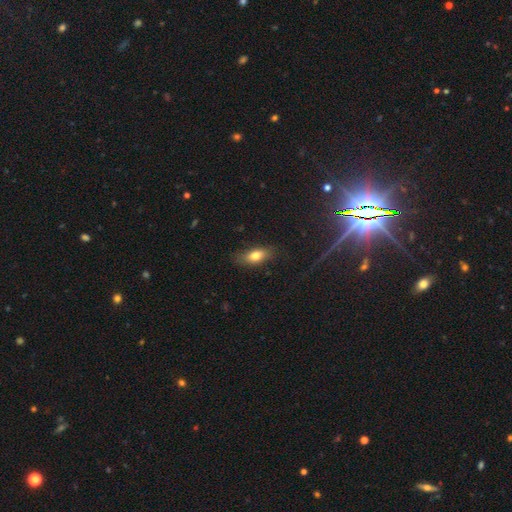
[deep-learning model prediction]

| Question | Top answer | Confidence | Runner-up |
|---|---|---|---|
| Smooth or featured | smooth | 76% | featured or disk (15%) |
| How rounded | in between | 79% | cigar-shaped (15%) |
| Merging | none | 82% | minor disturbance (14%) |